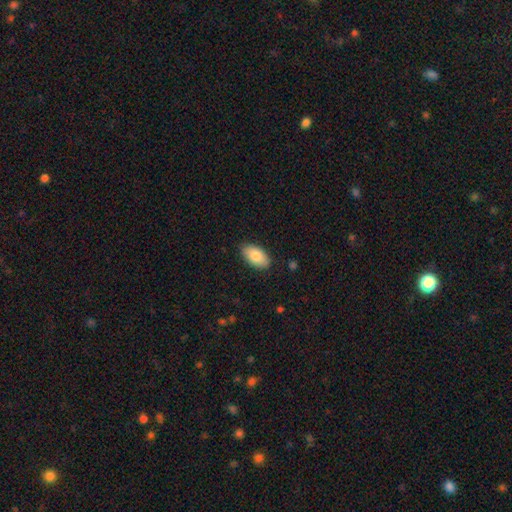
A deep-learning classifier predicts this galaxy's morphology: smooth 84%, featured or disk 10%, star or artifact 6%. Down the decision tree: how rounded — in between (94%); merging — none (87%).